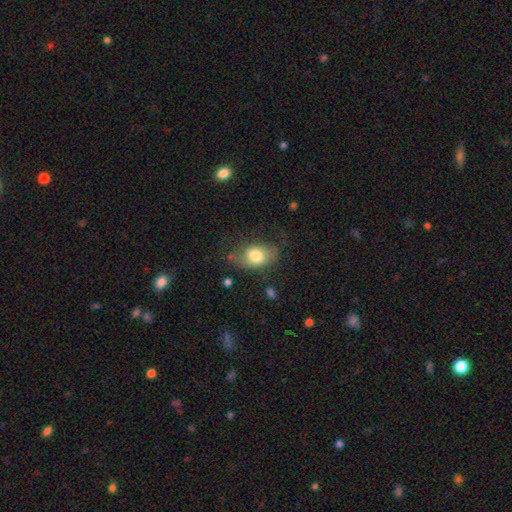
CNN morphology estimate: smooth-or-featured: smooth: 75% | featured or disk: 18% | star or artifact: 8%
  how-rounded: in between: 80% | round: 19% | cigar-shaped: 1%
  merging: none: 56% | minor disturbance: 28% | major disturbance: 14% | merger: 2%